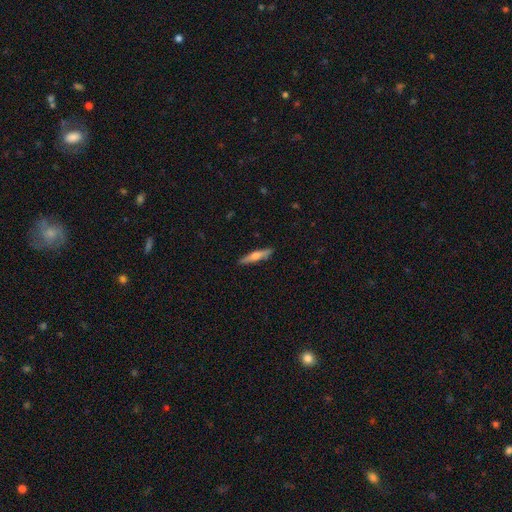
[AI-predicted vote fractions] Morphology: type=smooth (49%); merging=none (89%).